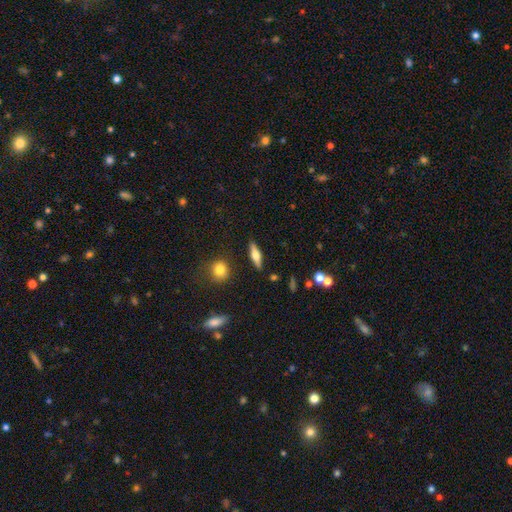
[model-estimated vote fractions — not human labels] Morphology: type=smooth (51%); roundness=cigar-shaped (57%); merging=none (86%).